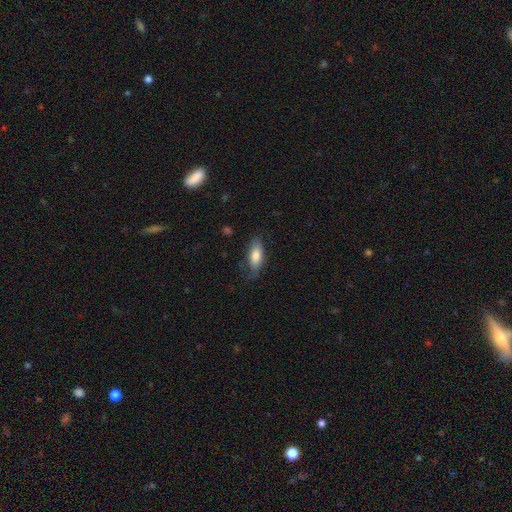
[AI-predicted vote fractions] smooth_or_featured: smooth (p=0.78) [alt: featured or disk p=0.16]
how_rounded: in between (p=0.79) [alt: cigar-shaped p=0.19]
merging: none (p=0.67) [alt: minor disturbance p=0.25]